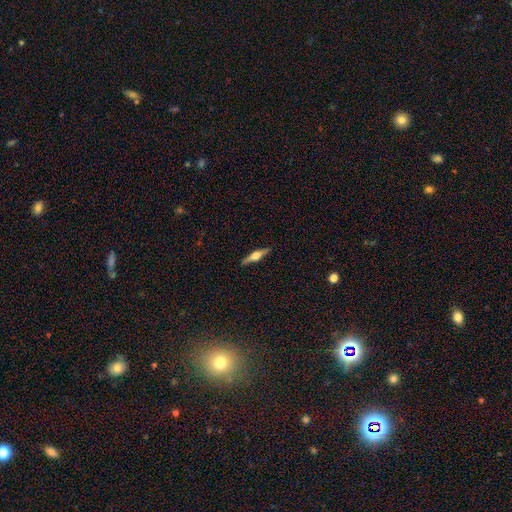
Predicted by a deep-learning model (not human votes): Smooth or featured: featured or disk — 71% (smooth — 23%)
Edge-on disk: yes — 98% (no — 2%)
Edge-on bulge: rounded — 94% (boxy — 5%)
Merging: none — 90% (minor disturbance — 7%)